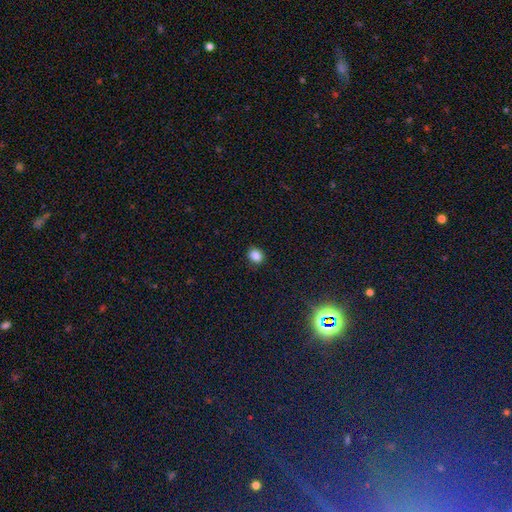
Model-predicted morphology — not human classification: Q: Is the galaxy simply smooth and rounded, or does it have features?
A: smooth — 86%.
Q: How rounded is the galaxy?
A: round — 65%.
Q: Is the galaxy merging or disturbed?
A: none — 89%.